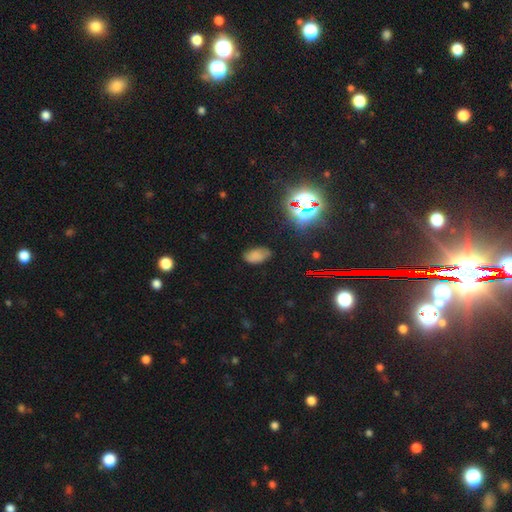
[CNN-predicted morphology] smooth_or_featured: smooth (p=0.70) [alt: star or artifact p=0.21]
how_rounded: in between (p=0.93) [alt: round p=0.05]
merging: none (p=0.72) [alt: minor disturbance p=0.21]